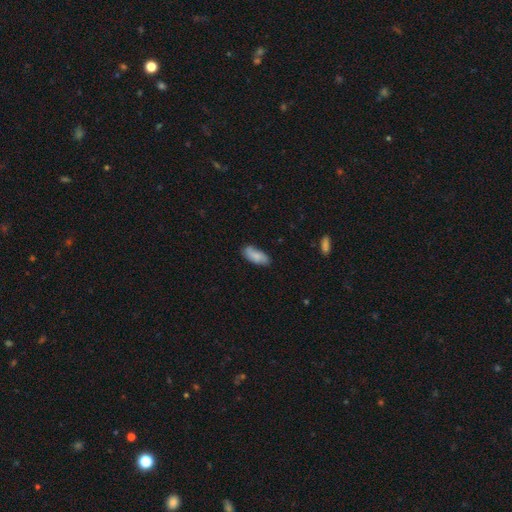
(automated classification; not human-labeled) smooth 73%, featured or disk 20%, star or artifact 7%. Down the decision tree: how rounded — in between (84%); merging — none (75%).